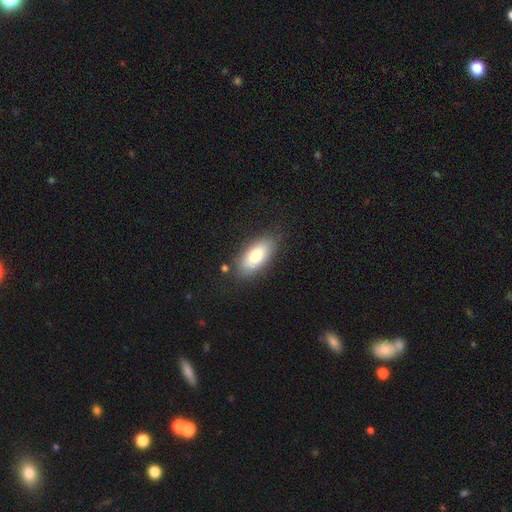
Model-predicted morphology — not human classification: smooth 81%, featured or disk 13%, star or artifact 6%. Down the decision tree: how rounded — in between (88%); merging — none (82%).